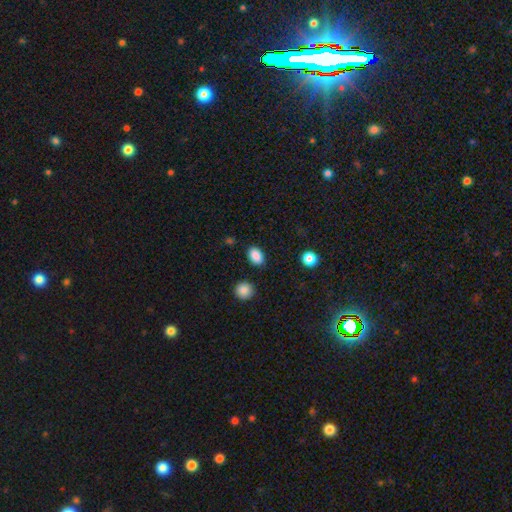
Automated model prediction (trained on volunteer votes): smooth-or-featured: smooth: 88% | star or artifact: 9% | featured or disk: 4%
  how-rounded: in between: 82% | round: 16% | cigar-shaped: 1%
  merging: none: 86% | minor disturbance: 9% | major disturbance: 3% | merger: 2%